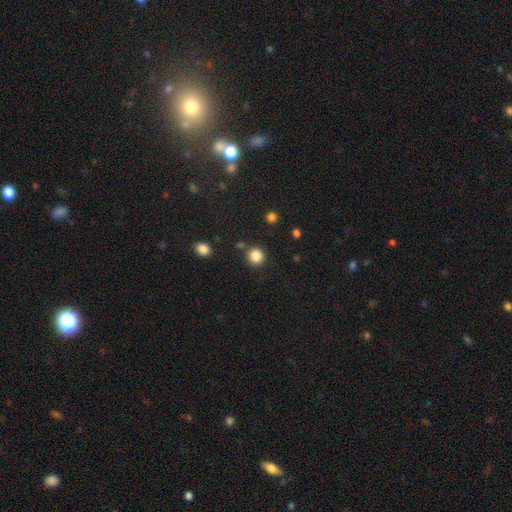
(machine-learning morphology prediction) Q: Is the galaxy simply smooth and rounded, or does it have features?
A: smooth — 86%.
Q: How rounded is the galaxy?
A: round — 92%.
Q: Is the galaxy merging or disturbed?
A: none — 85%.